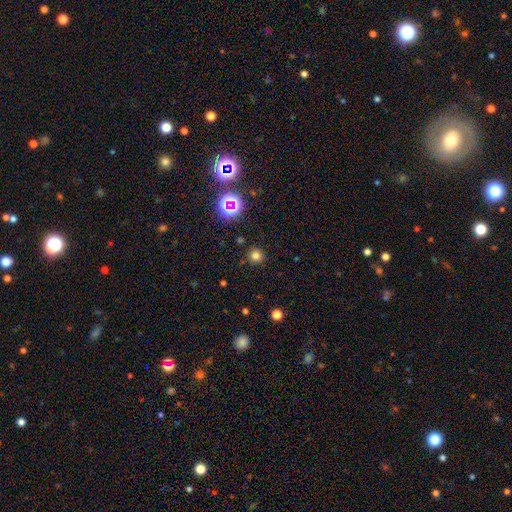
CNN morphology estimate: The model was most divided on "smooth or featured": smooth: 75%, star or artifact: 20%, featured or disk: 6%. More confident: how rounded — round (94%); merging — none (89%).